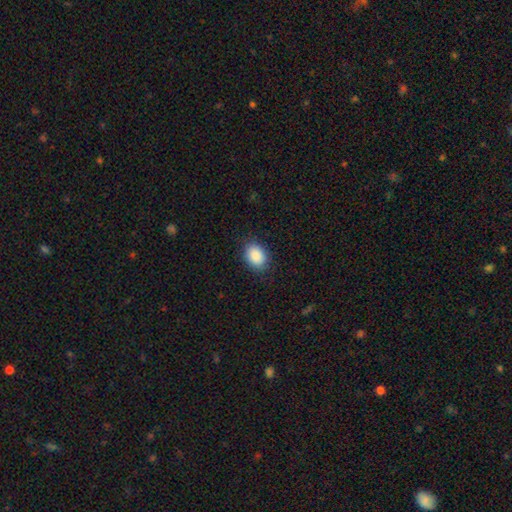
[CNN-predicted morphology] A smooth galaxy with no disk features (90%) that is in between round and cigar-shaped (74%).

Vote fractions:
- Smooth or featured? smooth: 90% / star or artifact: 7% / featured or disk: 3%
- How rounded? in between: 74% / round: 25% / cigar-shaped: 1%
- Merging? none: 86% / minor disturbance: 11% / major disturbance: 3% / merger: 1%